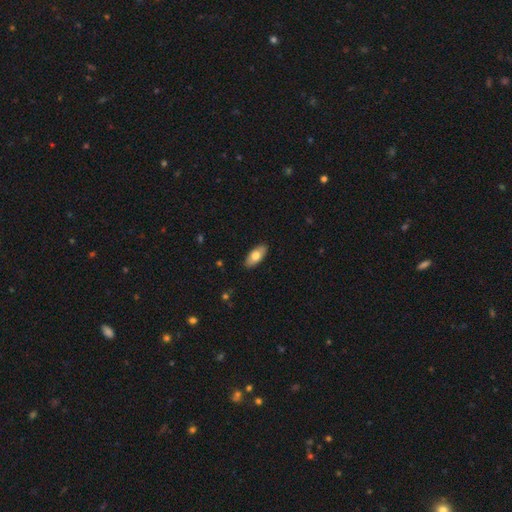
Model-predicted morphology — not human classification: A smooth galaxy with no disk features (73%) that is in between round and cigar-shaped (89%). Merging: none (89%).